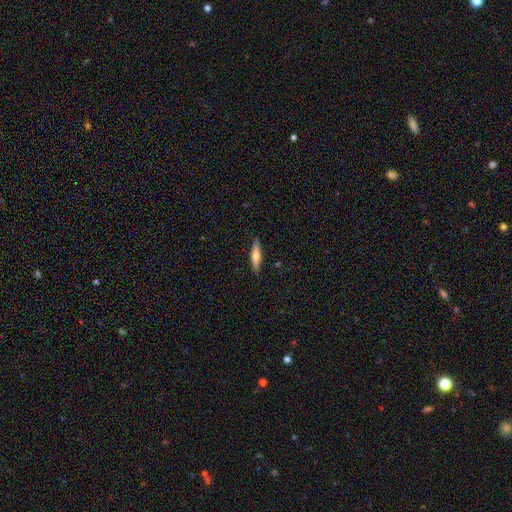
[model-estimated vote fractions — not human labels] Smooth or featured: smooth — 63% (featured or disk — 31%)
How rounded: cigar-shaped — 78% (in between — 20%)
Merging: none — 88% (minor disturbance — 9%)